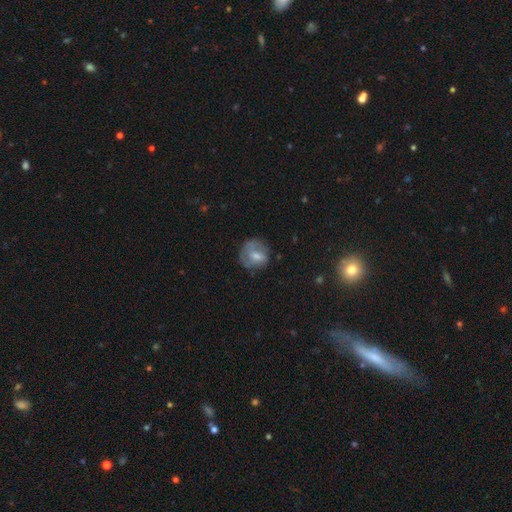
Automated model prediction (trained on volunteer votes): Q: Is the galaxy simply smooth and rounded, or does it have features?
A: smooth — 56%.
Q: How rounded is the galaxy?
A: round — 75%.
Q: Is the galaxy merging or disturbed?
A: none — 59%.